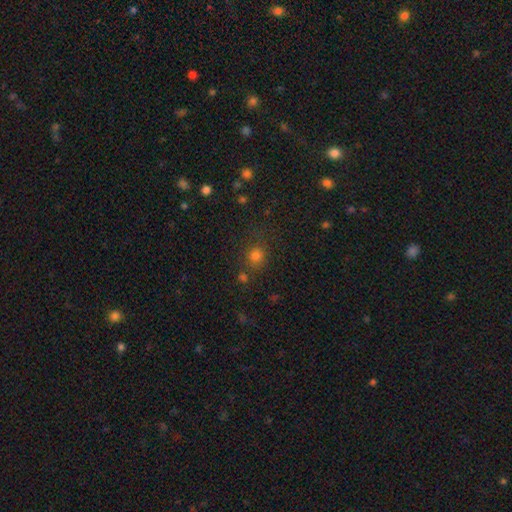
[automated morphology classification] Smooth or featured?
  - smooth: 73% *
  - star or artifact: 21%
  - featured or disk: 6%
How rounded?
  - round: 84% *
  - in between: 15%
  - cigar-shaped: 1%
Merging?
  - none: 76% *
  - minor disturbance: 11%
  - merger: 8%
  - major disturbance: 5%